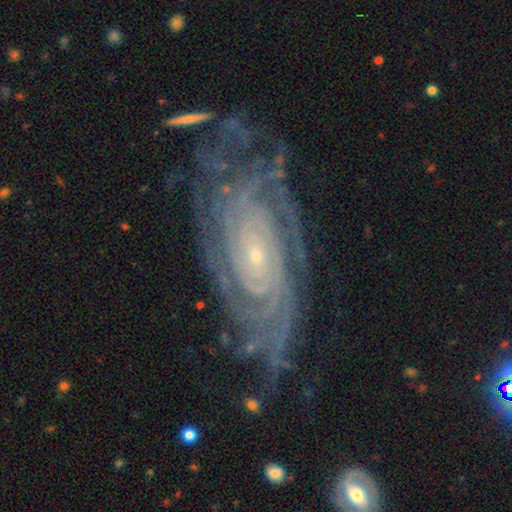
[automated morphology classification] The model was most divided on "spiral arm count": can't tell: 31%, more than 4: 21%, 4: 19%, 2: 11%, 3: 11%, 1: 7%. More confident: spiral arms — yes (97%); edge-on disk — no (94%); smooth or featured — featured or disk (88%); bulge size — small (85%); spiral winding — tight (80%); merging — none (70%); bar — no (69%).